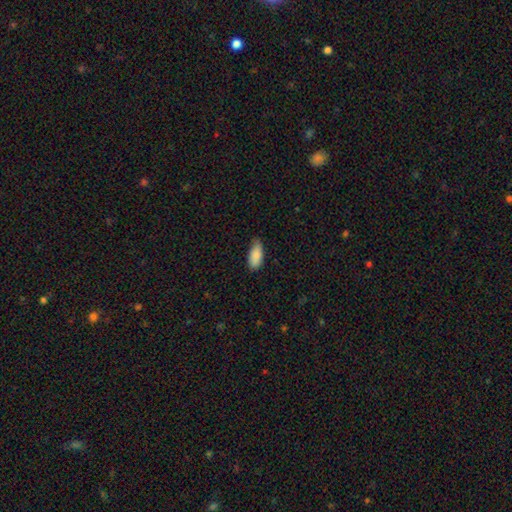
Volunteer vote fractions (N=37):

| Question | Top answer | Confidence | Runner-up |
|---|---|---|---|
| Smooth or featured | smooth | 95% | featured or disk (3%) |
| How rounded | in between | 77% | cigar-shaped (20%) |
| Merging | none | 69% | minor disturbance (25%) |